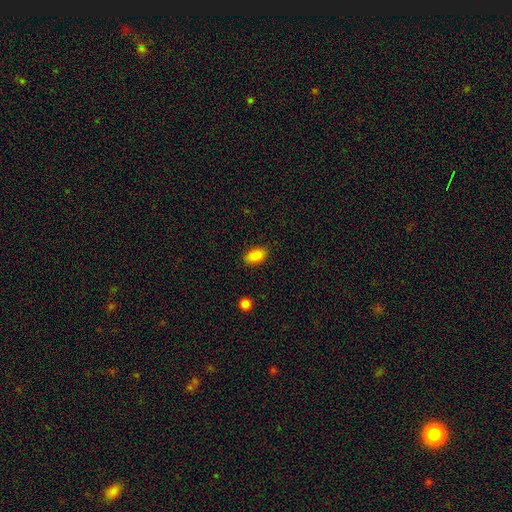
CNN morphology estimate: type=smooth (87%); roundness=in between (90%); merging=none (86%).